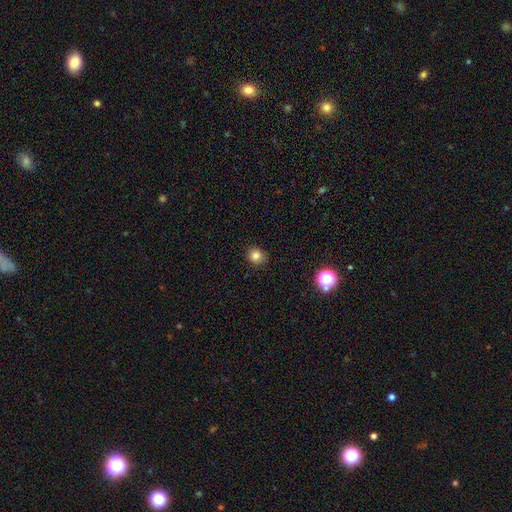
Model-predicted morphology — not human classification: Smooth or featured? smooth (81%)
How rounded? round (84%)
Merging? none (89%)